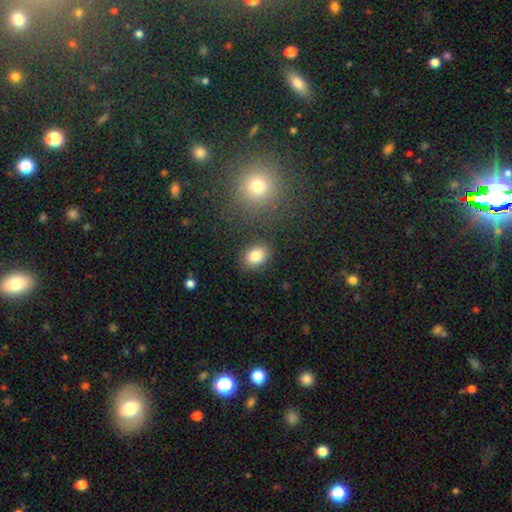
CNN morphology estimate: smooth-or-featured: smooth: 85% | star or artifact: 9% | featured or disk: 6%
  how-rounded: in between: 68% | round: 31% | cigar-shaped: 1%
  merging: none: 83% | minor disturbance: 10% | merger: 3% | major disturbance: 3%